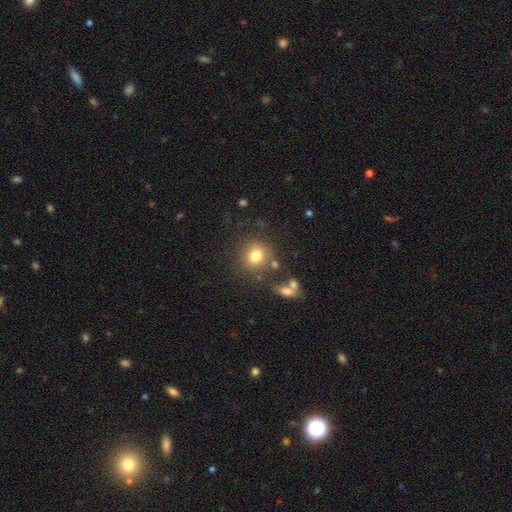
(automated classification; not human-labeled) Morphology: type=smooth (77%); roundness=round (85%); merging=none (75%).